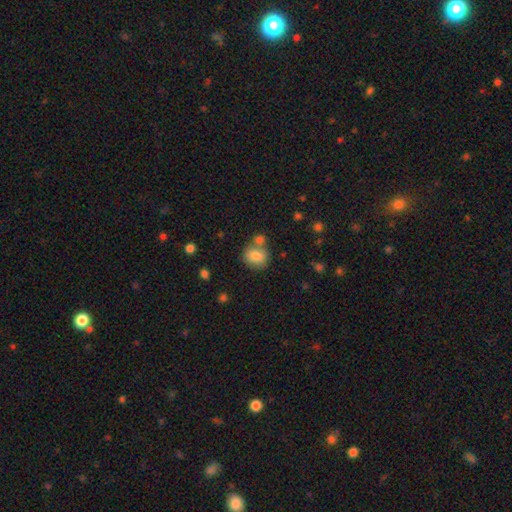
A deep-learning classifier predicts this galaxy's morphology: type=smooth (83%); roundness=round (71%); merging=none (60%).